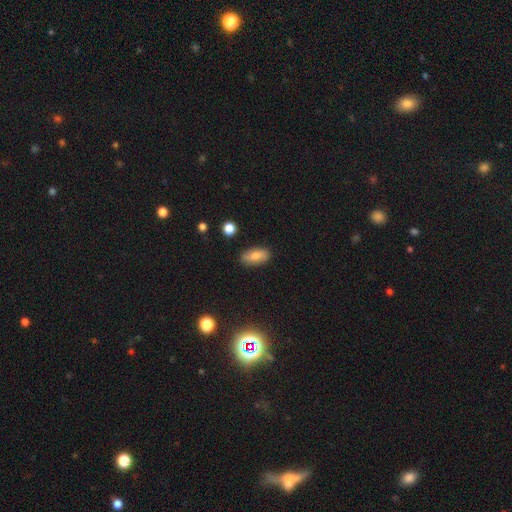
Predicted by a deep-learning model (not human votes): This appears to be a smooth galaxy with no disk features (76%) that is in between round and cigar-shaped (90%). Merging: none (85%).